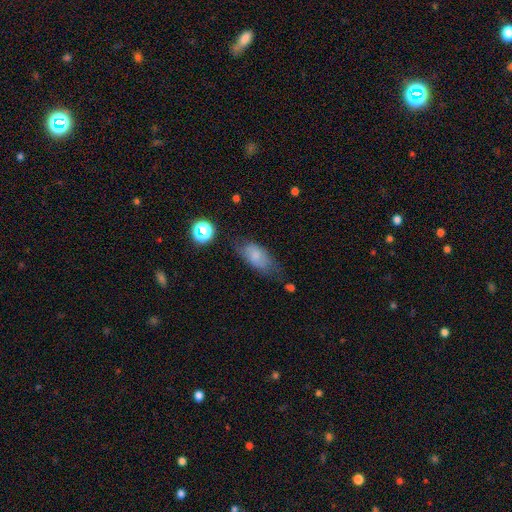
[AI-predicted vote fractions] The model was most divided on "merging": none: 56%, minor disturbance: 28%, major disturbance: 12%, merger: 3%. More confident: how rounded — in between (87%); smooth or featured — smooth (74%).